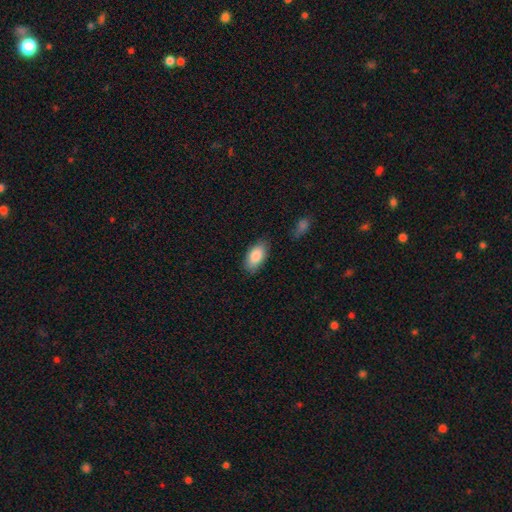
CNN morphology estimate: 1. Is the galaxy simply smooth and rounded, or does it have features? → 87% smooth, 7% featured or disk, 6% star or artifact.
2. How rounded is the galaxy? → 92% in between, 5% cigar-shaped, 3% round.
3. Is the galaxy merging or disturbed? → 83% none, 13% minor disturbance, 3% major disturbance, 2% merger.